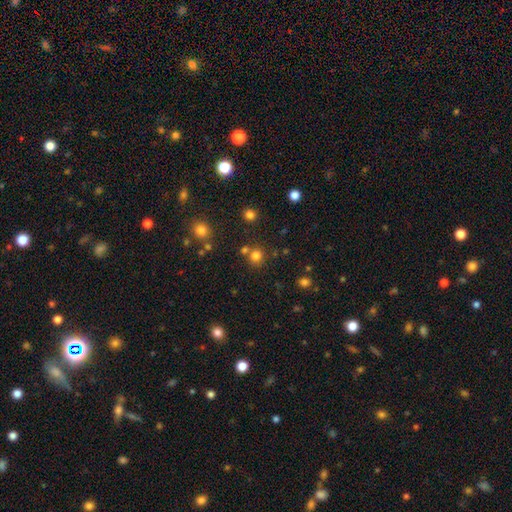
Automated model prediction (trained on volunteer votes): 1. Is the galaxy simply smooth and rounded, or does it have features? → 78% smooth, 16% star or artifact, 6% featured or disk.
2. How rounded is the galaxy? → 90% round, 9% in between, 1% cigar-shaped.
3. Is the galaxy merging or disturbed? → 75% none, 15% merger, 8% minor disturbance, 3% major disturbance.